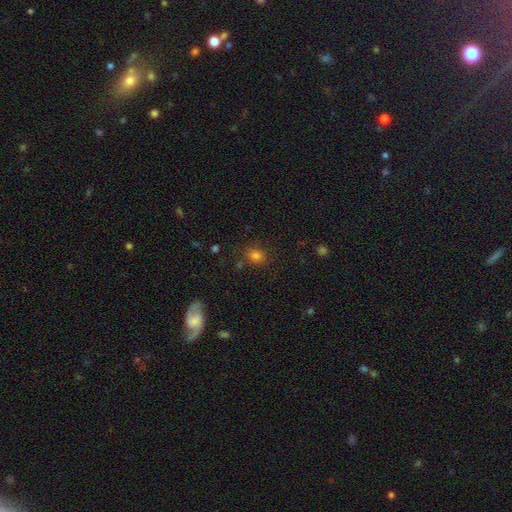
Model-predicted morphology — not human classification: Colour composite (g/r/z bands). It shows a smooth galaxy with no disk features (79%) that is round (52%). Merging: none (77%).